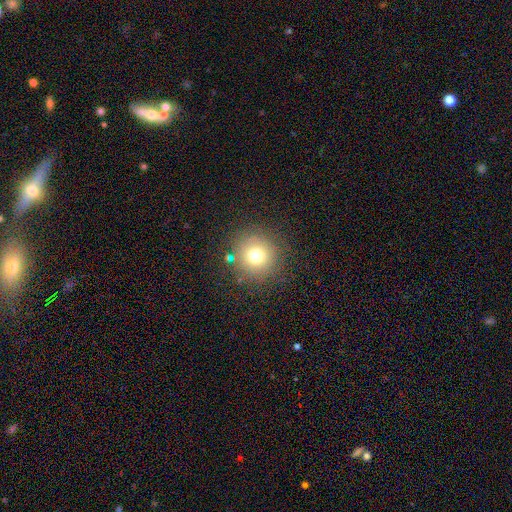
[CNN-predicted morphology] A smooth galaxy with no disk features (72%) that is round (95%). Merging: none (86%).